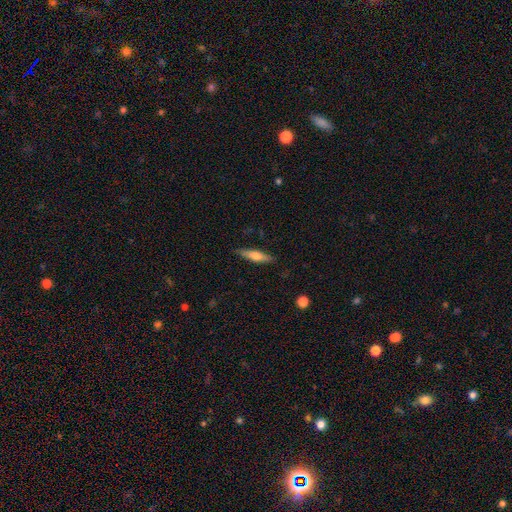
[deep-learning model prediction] Q: Smooth or featured?
A: smooth (54%); runner-up: featured or disk (40%)
Q: How rounded?
A: cigar-shaped (79%); runner-up: in between (19%)
Q: Merging?
A: none (85%); runner-up: minor disturbance (11%)